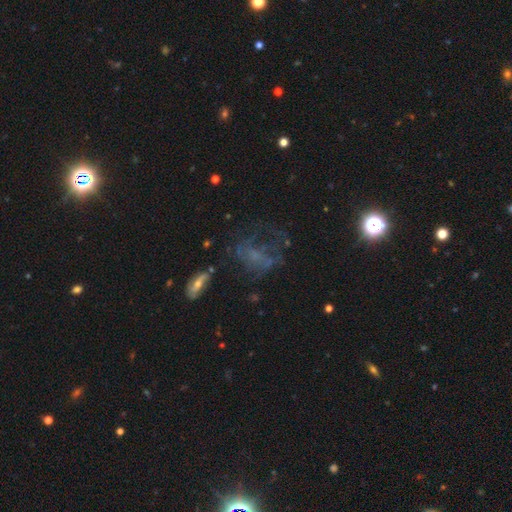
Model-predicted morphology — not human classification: smooth-or-featured: featured or disk: 48% | smooth: 29% | star or artifact: 24%
  merging: none: 40% | major disturbance: 37% | minor disturbance: 18% | merger: 5%